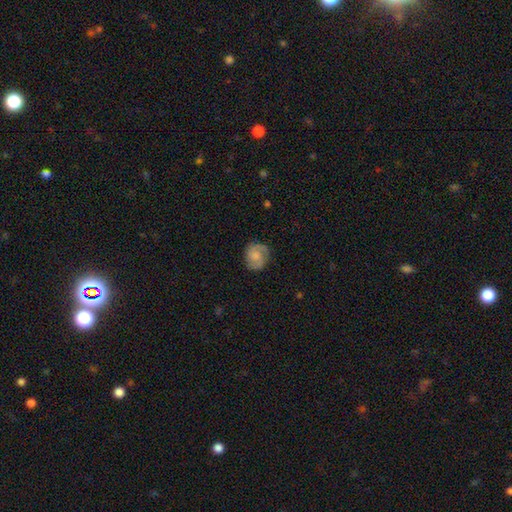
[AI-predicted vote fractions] A featured or disk galaxy (60%) with no bar (61%), 2 (80%) medium (45%) spiral arms (93%) and no central bulge (32%).

Vote fractions:
- Smooth or featured? featured or disk: 60% / smooth: 32% / star or artifact: 7%
- Edge-on disk? no: 98% / yes: 2%
- Bar? no: 61% / weak: 34% / strong: 5%
- Spiral arms? yes: 93% / no: 7%
- Spiral winding? medium: 45% / tight: 41% / loose: 14%
- Spiral arm count? 2: 80% / can't tell: 8% / 1: 5% / 3: 4% / 4: 1% / more than 4: 1%
- Bulge size? none: 32% / moderate: 29% / small: 26% / large: 11% / dominant: 2%
- Merging? none: 79% / minor disturbance: 15% / major disturbance: 5% / merger: 1%